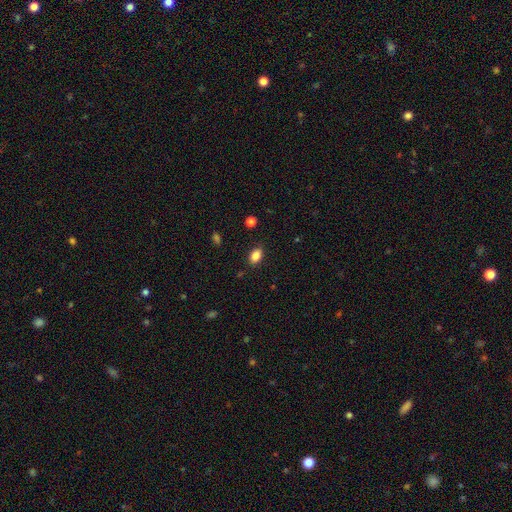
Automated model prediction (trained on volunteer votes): A smooth galaxy with no disk features (86%) that is in between round and cigar-shaped (85%).

Vote fractions:
- Smooth or featured? smooth: 86% / star or artifact: 9% / featured or disk: 4%
- How rounded? in between: 85% / round: 13% / cigar-shaped: 2%
- Merging? none: 86% / minor disturbance: 10% / major disturbance: 3% / merger: 1%